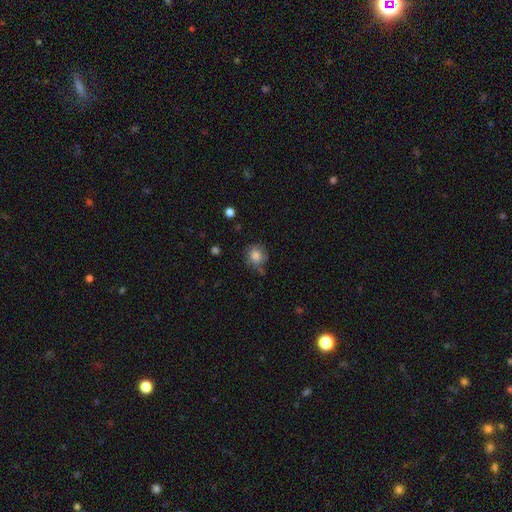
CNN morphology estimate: A smooth galaxy with no disk features (73%) that is round (81%).

Vote fractions:
- Smooth or featured? smooth: 73% / featured or disk: 17% / star or artifact: 10%
- How rounded? round: 81% / in between: 18% / cigar-shaped: 1%
- Merging? none: 58% / minor disturbance: 27% / major disturbance: 12% / merger: 3%